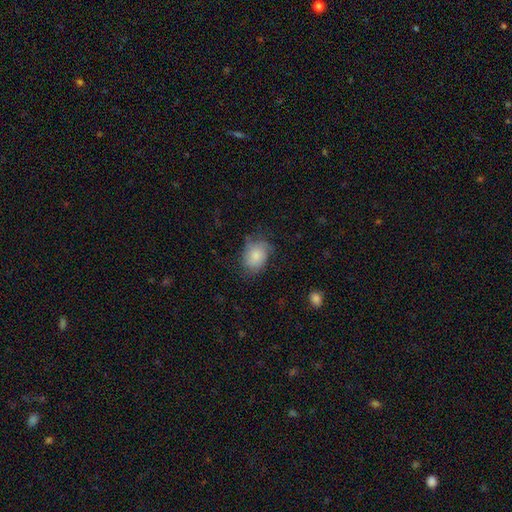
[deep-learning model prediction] Morphology: type=smooth (73%); roundness=in between (66%); merging=none (57%).